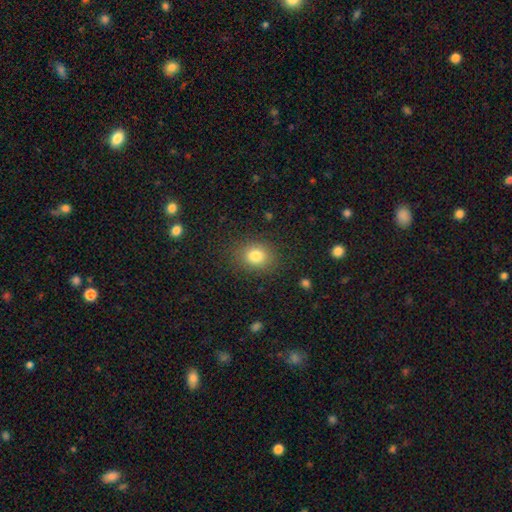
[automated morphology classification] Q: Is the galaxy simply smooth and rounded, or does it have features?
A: smooth — 80%.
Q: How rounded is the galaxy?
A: round — 64%.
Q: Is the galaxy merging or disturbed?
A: none — 85%.